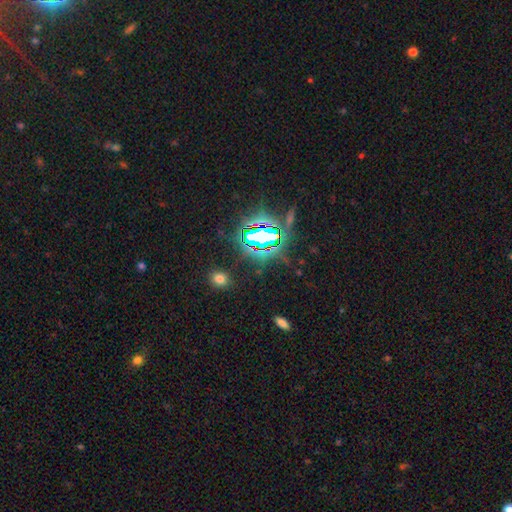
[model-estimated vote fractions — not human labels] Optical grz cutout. It shows a star or artifact, not a galaxy (80%).